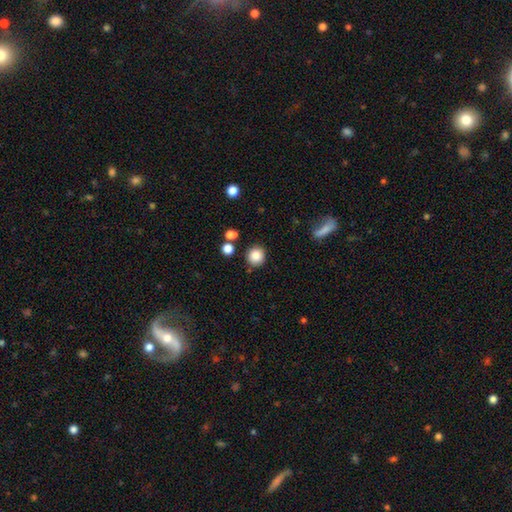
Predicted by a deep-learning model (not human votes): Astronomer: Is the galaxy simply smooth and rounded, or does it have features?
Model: smooth — 85%.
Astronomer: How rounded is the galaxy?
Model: round — 91%.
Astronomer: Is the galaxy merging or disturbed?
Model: none — 84%.